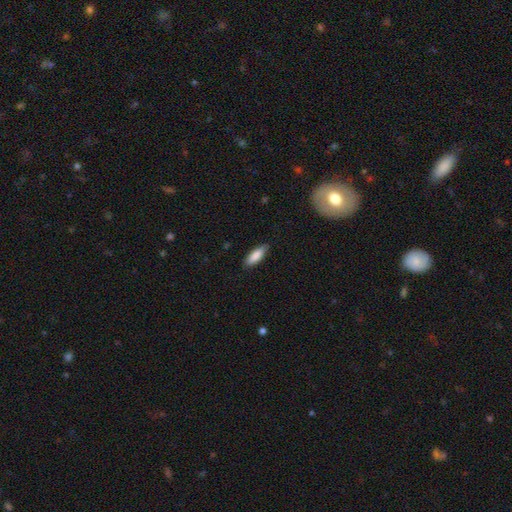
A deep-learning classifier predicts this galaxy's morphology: The model was most divided on "how rounded": in between: 63%, cigar-shaped: 36%, round: 2%. More confident: smooth or featured — smooth (86%); merging — none (82%).